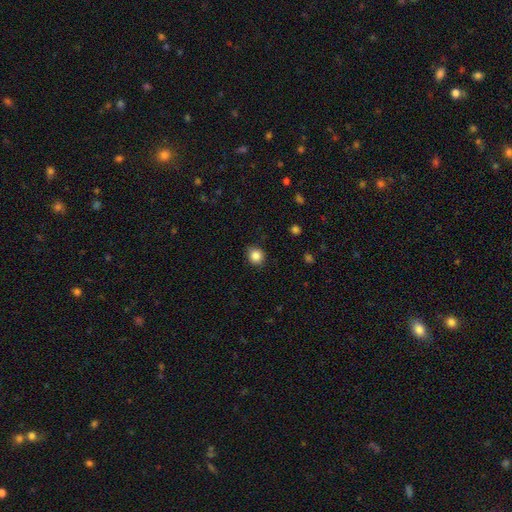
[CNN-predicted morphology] Q: Smooth or featured?
A: smooth (85%); runner-up: star or artifact (11%)
Q: How rounded?
A: round (86%); runner-up: in between (13%)
Q: Merging?
A: none (86%); runner-up: minor disturbance (10%)